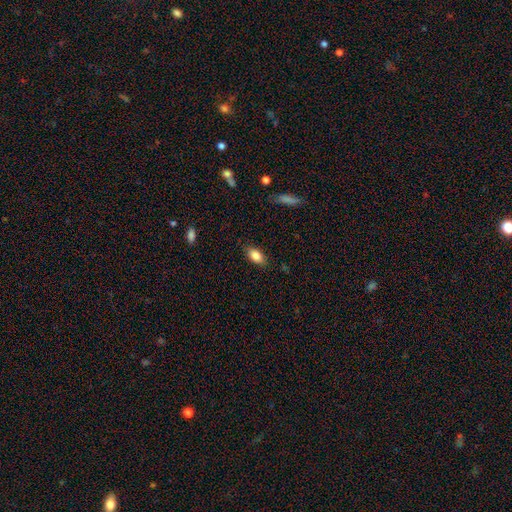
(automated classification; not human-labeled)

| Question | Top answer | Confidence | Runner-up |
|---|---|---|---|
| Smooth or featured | smooth | 85% | star or artifact (8%) |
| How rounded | in between | 89% | cigar-shaped (6%) |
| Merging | none | 83% | minor disturbance (12%) |